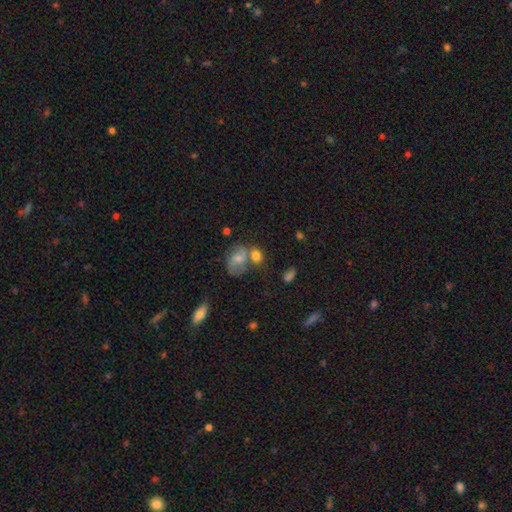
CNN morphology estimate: smooth 63%, featured or disk 24%, star or artifact 13%. Down the decision tree: how rounded — in between (53%); merging — none (39%).